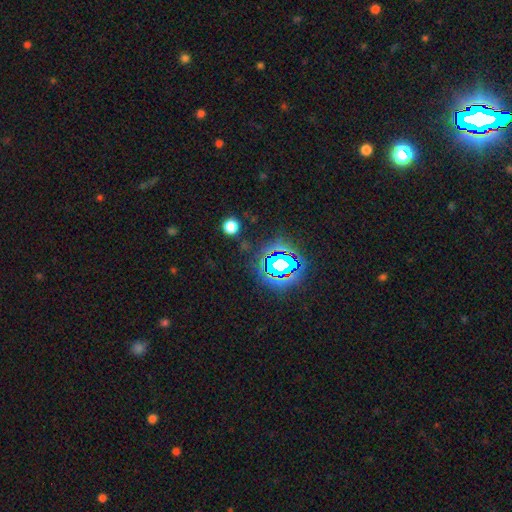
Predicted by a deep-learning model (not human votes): Q: Smooth or featured?
A: star or artifact (83%); runner-up: smooth (11%)